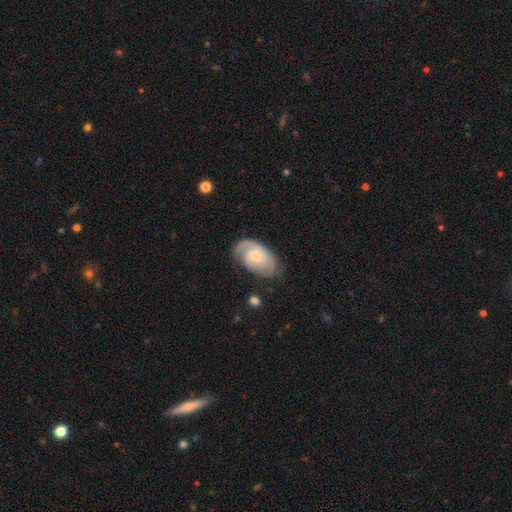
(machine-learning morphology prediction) This appears to be a featured or disk galaxy (72%) with no bar (56%), 2 (54%) tight (47%) spiral arms (92%) and a small central bulge (66%). Merging: none (66%).